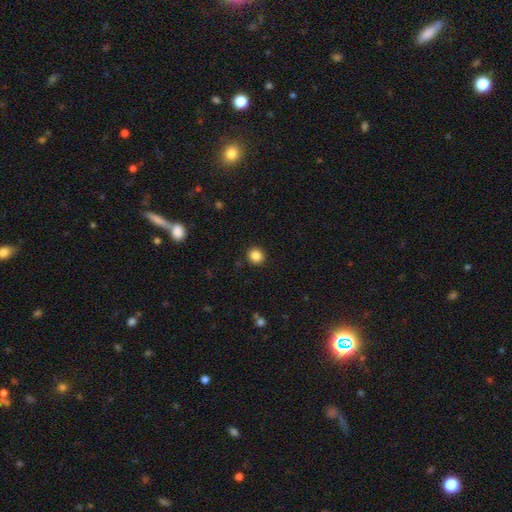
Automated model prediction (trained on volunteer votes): Smooth or featured: smooth — 86% (star or artifact — 11%)
How rounded: round — 91% (in between — 8%)
Merging: none — 92% (minor disturbance — 5%)